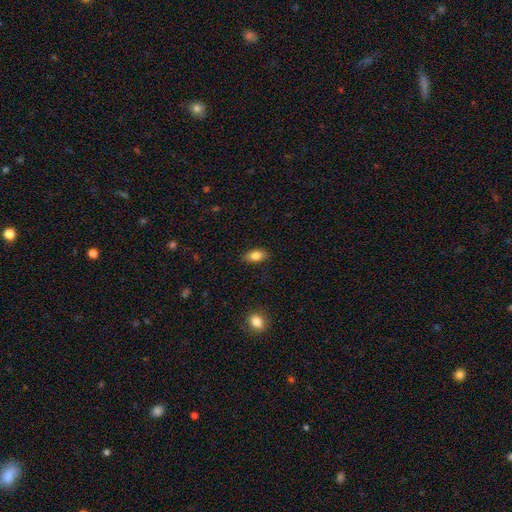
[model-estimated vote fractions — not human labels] smooth 82%, featured or disk 10%, star or artifact 8%. Down the decision tree: how rounded — in between (88%); merging — none (87%).